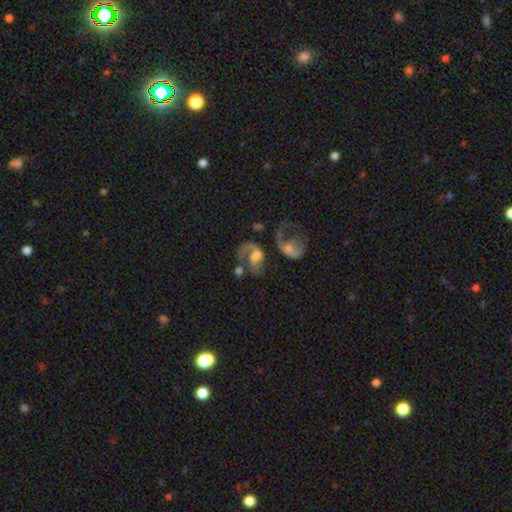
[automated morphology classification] smooth_or_featured: featured or disk (p=0.63) [alt: smooth p=0.27]
disk_edge_on: no (p=0.97) [alt: yes p=0.03]
bar: no (p=0.63) [alt: weak p=0.30]
has_spiral_arms: yes (p=0.74) [alt: no p=0.26]
bulge_size: moderate (p=0.48) [alt: large p=0.24]
merging: major disturbance (p=0.35) [alt: merger p=0.29]